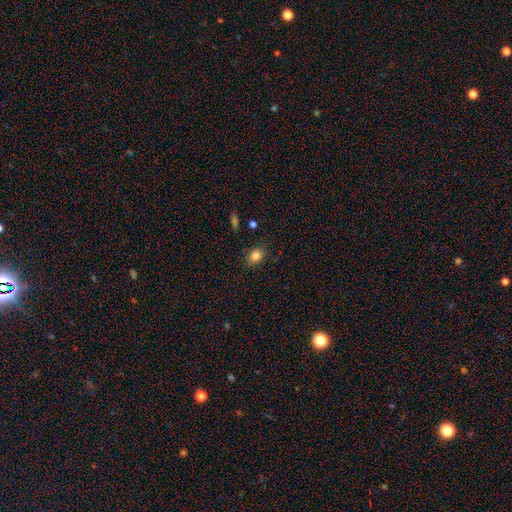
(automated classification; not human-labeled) A smooth galaxy with no disk features (83%) that is in between round and cigar-shaped (53%). Merging: none (82%).